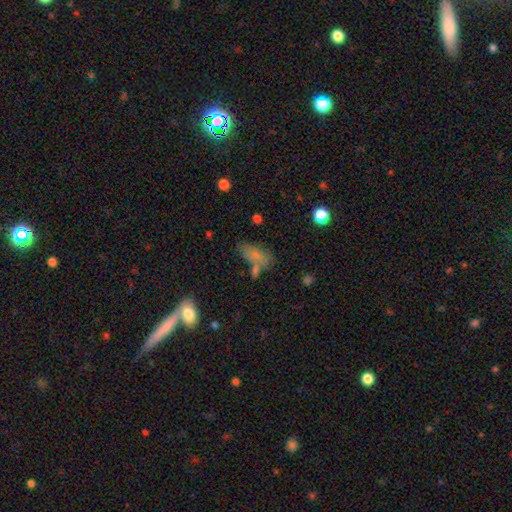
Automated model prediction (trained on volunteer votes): Smooth or featured?
  - smooth: 74% *
  - featured or disk: 15%
  - star or artifact: 11%
How rounded?
  - in between: 86% *
  - cigar-shaped: 9%
  - round: 5%
Merging?
  - none: 48% *
  - minor disturbance: 22%
  - merger: 19%
  - major disturbance: 10%